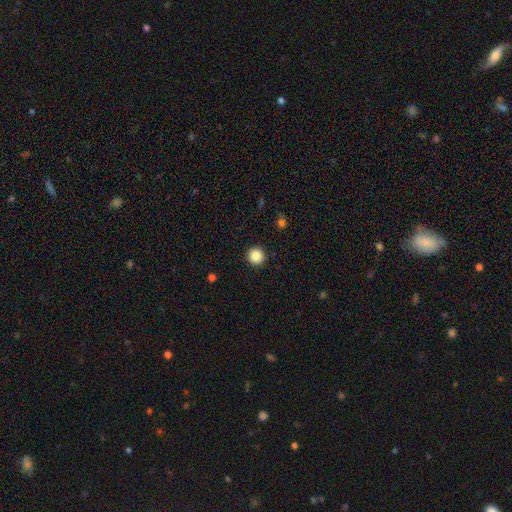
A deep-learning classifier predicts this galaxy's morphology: This is clearly a smooth galaxy (86%). How rounded: clearly round (96%). Merging: clearly none (93%).